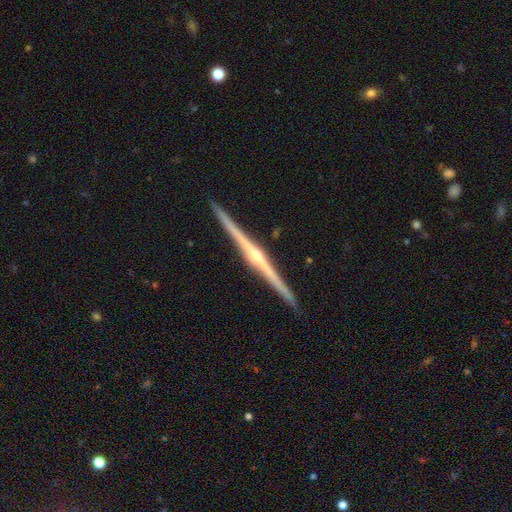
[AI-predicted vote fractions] Q: Smooth or featured?
A: featured or disk (89%); runner-up: smooth (7%)
Q: Edge-on disk?
A: yes (99%); runner-up: no (1%)
Q: Edge-on bulge?
A: rounded (84%); runner-up: none (9%)
Q: Merging?
A: none (93%); runner-up: minor disturbance (4%)